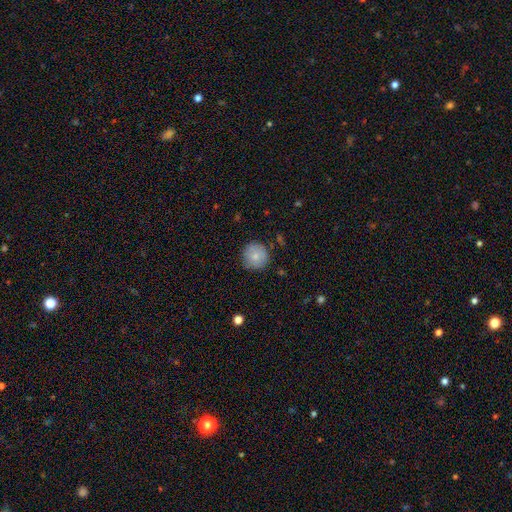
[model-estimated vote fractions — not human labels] A smooth galaxy with no disk features (79%) that is round (95%). Merging: none (84%).